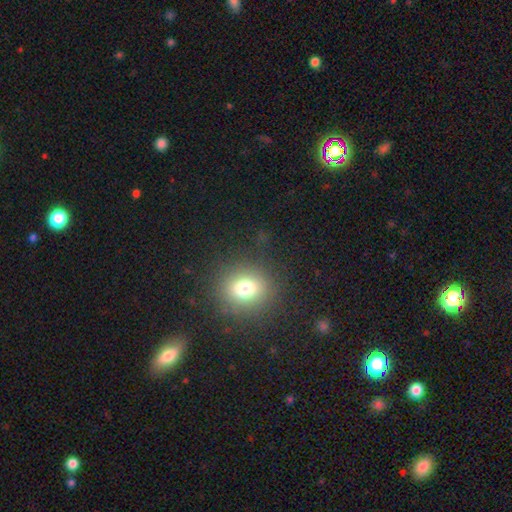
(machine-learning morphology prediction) Smooth or featured? smooth (65%)
How rounded? round (73%)
Merging? none (89%)